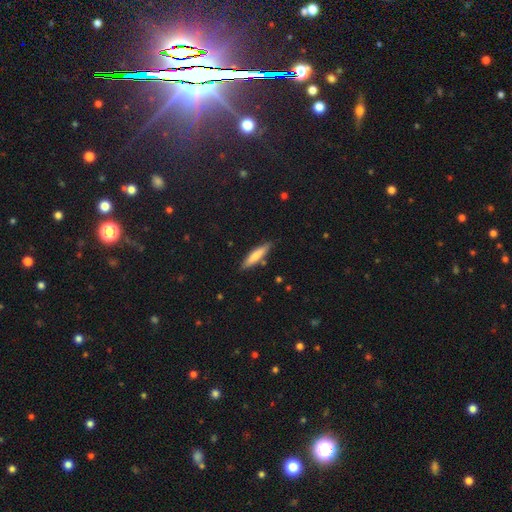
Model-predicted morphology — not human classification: smooth-or-featured: smooth: 73% | featured or disk: 21% | star or artifact: 6%
  how-rounded: cigar-shaped: 81% | in between: 18% | round: 1%
  merging: none: 84% | minor disturbance: 11% | merger: 3% | major disturbance: 2%